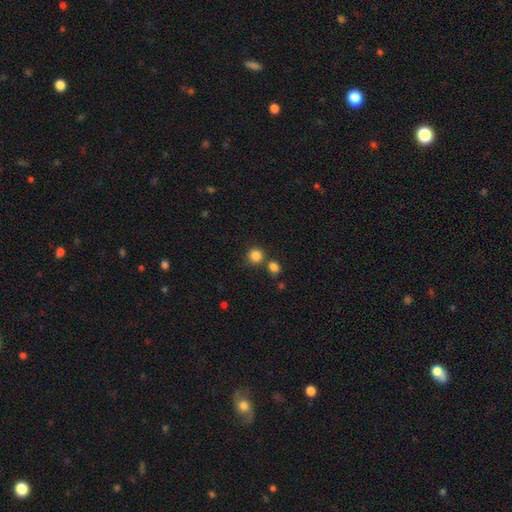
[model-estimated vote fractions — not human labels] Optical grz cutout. It shows a smooth galaxy with no disk features (84%) that is round (90%). Merging: none (69%).